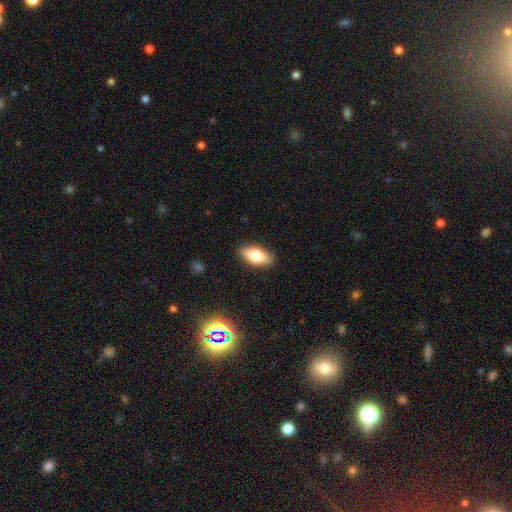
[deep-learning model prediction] Q: Smooth or featured?
A: smooth (74%); runner-up: featured or disk (19%)
Q: How rounded?
A: in between (85%); runner-up: cigar-shaped (11%)
Q: Merging?
A: none (88%); runner-up: minor disturbance (8%)